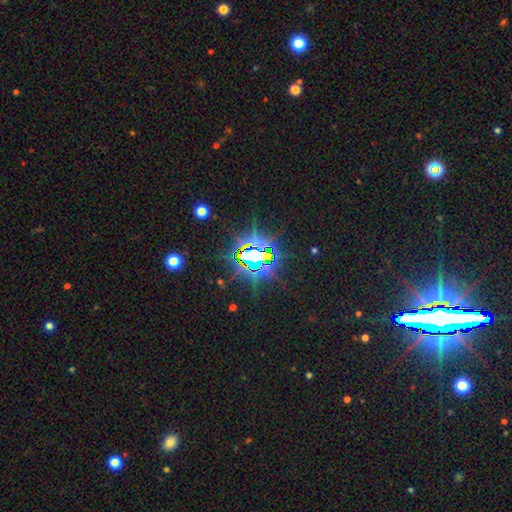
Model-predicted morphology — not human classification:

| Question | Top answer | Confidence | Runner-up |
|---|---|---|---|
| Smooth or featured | star or artifact | 82% | featured or disk (10%) |